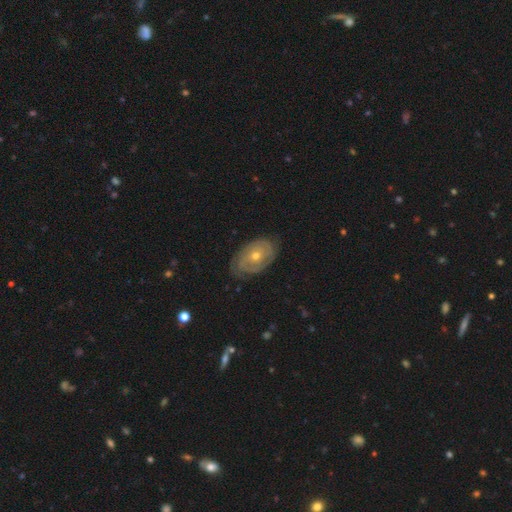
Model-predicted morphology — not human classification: This is likely a featured or disk galaxy (75%). It is clearly not viewed edge-on (94%). Bar: likely no (79%). Spiral arm pattern: clearly yes (82%). Spiral arm count: marginally can't tell (43%). Spiral winding: likely tight (73%). Central bulge: possibly moderate (52%). Merging: likely none (76%).